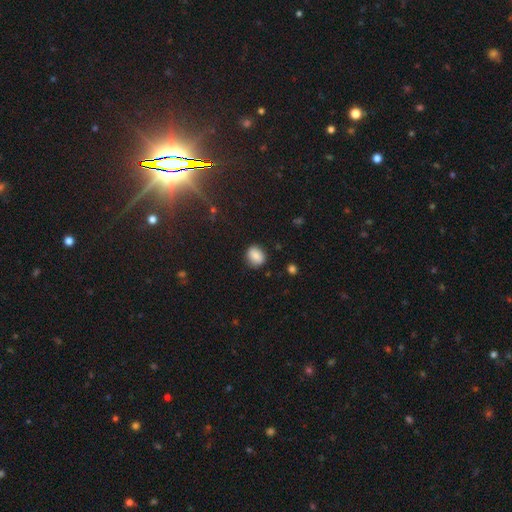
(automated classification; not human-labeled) Smooth or featured?
  - smooth: 84% *
  - star or artifact: 9%
  - featured or disk: 8%
How rounded?
  - round: 56% *
  - in between: 43%
  - cigar-shaped: 1%
Merging?
  - none: 83% *
  - minor disturbance: 13%
  - major disturbance: 3%
  - merger: 1%